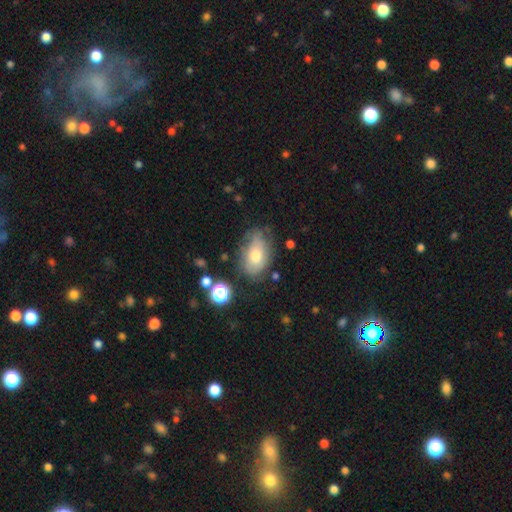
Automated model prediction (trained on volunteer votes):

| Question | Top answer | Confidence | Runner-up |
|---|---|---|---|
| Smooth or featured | smooth | 63% | featured or disk (27%) |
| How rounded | in between | 85% | round (13%) |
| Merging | none | 59% | minor disturbance (27%) |